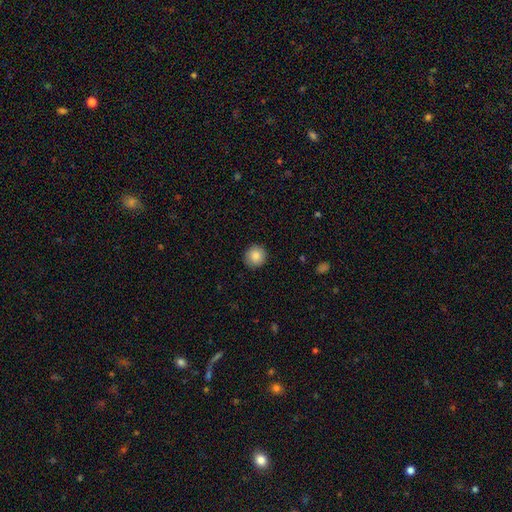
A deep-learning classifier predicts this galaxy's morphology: A smooth galaxy with no disk features (87%) that is round (94%). Merging: none (91%).